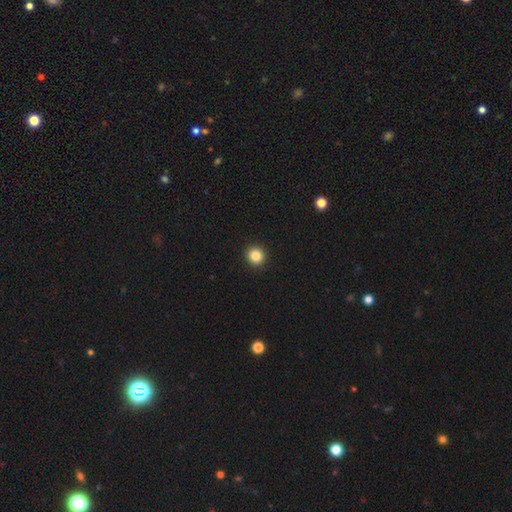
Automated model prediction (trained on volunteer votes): A smooth galaxy with no disk features (84%) that is round (94%). Merging: none (94%).